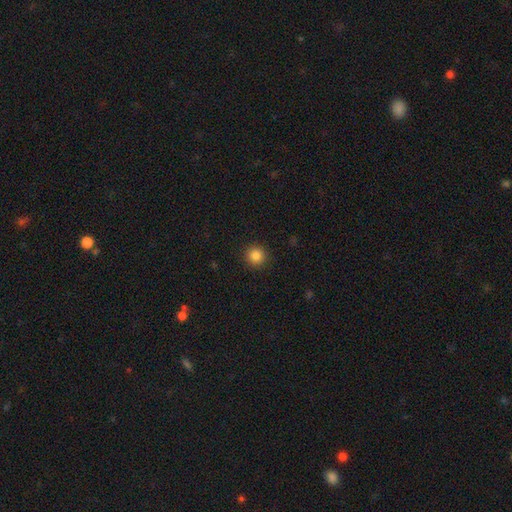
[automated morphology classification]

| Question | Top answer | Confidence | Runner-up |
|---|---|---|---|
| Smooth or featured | smooth | 84% | star or artifact (11%) |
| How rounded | round | 94% | in between (5%) |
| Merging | none | 92% | minor disturbance (5%) |